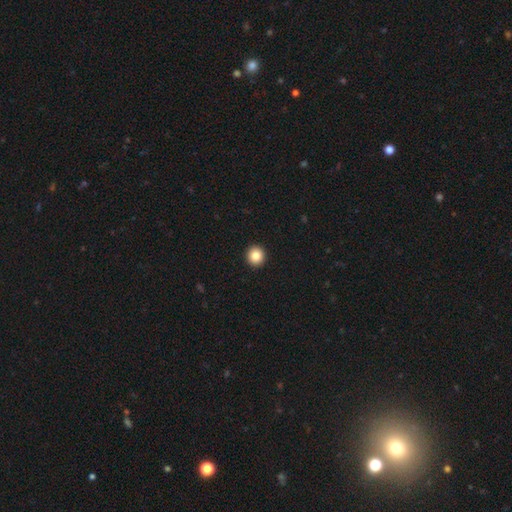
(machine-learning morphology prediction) This is clearly a smooth galaxy (85%). How rounded: clearly round (95%). Merging: clearly none (94%).